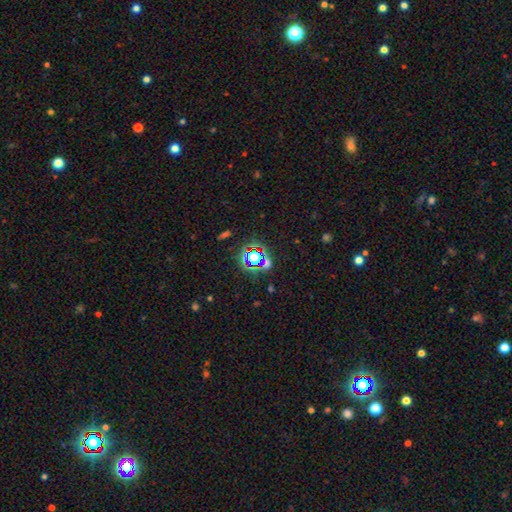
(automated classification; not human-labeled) Overall: star or artifact (69%).